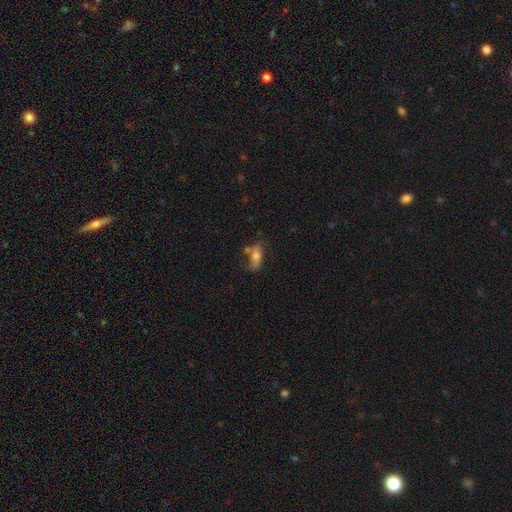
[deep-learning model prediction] smooth 57%, featured or disk 33%, star or artifact 10%. Down the decision tree: how rounded — in between (76%); merging — none (47%).